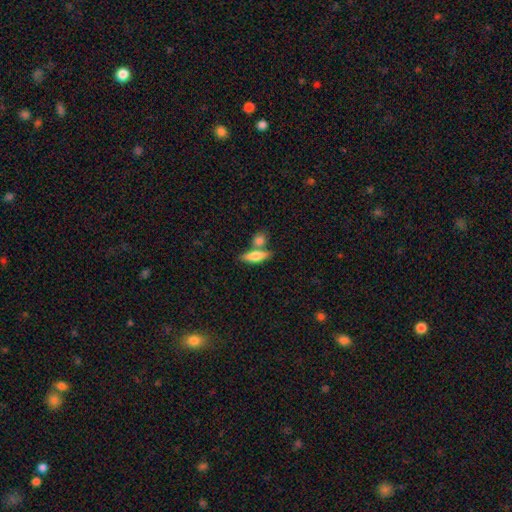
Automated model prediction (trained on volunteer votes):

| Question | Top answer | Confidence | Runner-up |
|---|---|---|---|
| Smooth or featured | smooth | 69% | featured or disk (24%) |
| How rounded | in between | 51% | cigar-shaped (45%) |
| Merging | none | 55% | merger (31%) |